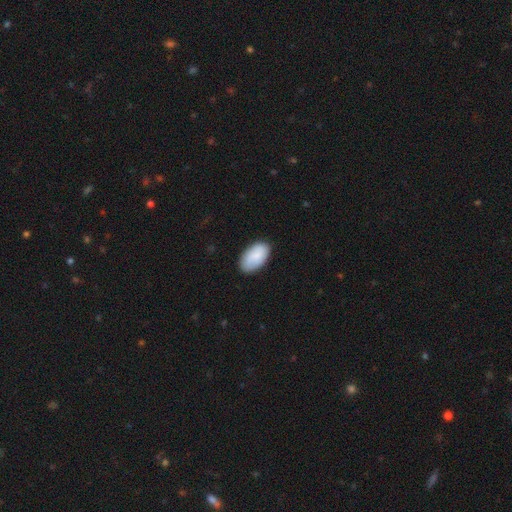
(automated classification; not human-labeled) The model was most divided on "merging": none: 83%, minor disturbance: 13%, major disturbance: 3%, merger: 1%. More confident: how rounded — in between (95%); smooth or featured — smooth (83%).